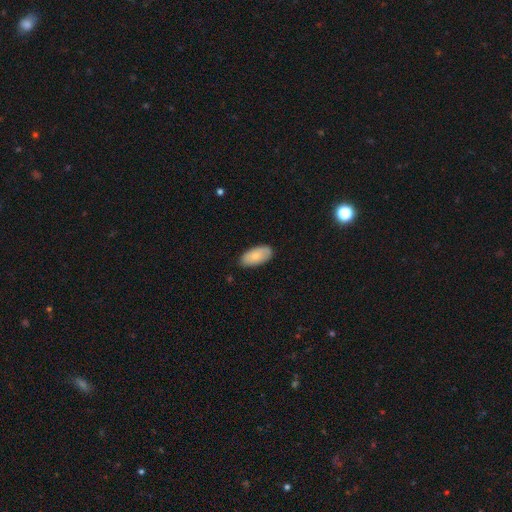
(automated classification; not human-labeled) This appears to be a smooth galaxy with no disk features (78%) that is in between round and cigar-shaped (94%). Merging: none (83%).